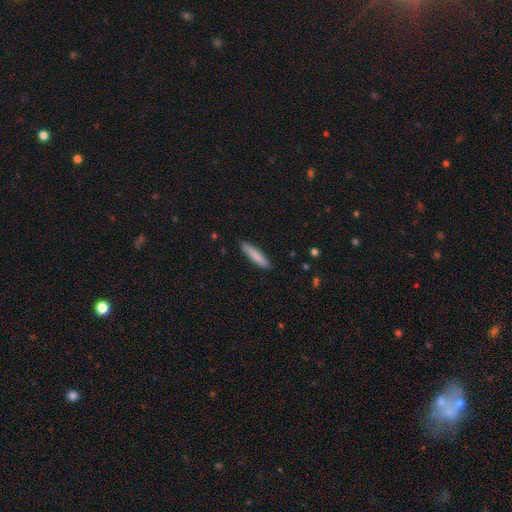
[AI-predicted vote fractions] Smooth or featured: smooth — 83% (featured or disk — 11%)
How rounded: cigar-shaped — 88% (in between — 11%)
Merging: none — 89% (minor disturbance — 8%)